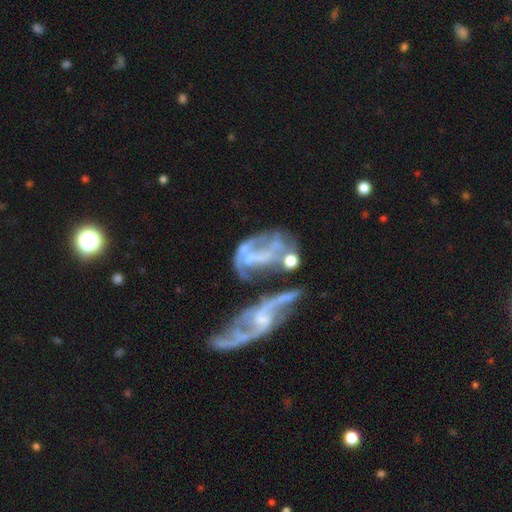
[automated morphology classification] A featured or disk galaxy (73%) with no bar (61%), spiral arms (57%) and no central bulge (50%). Merging: merger (44%).